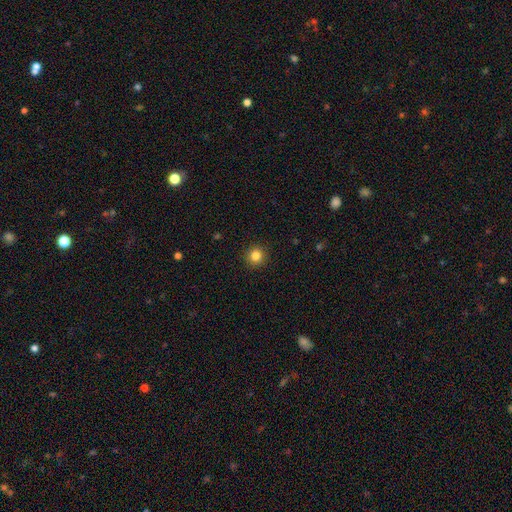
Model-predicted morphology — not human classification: The model was most divided on "smooth or featured": smooth: 83%, star or artifact: 12%, featured or disk: 5%. More confident: how rounded — round (94%); merging — none (93%).